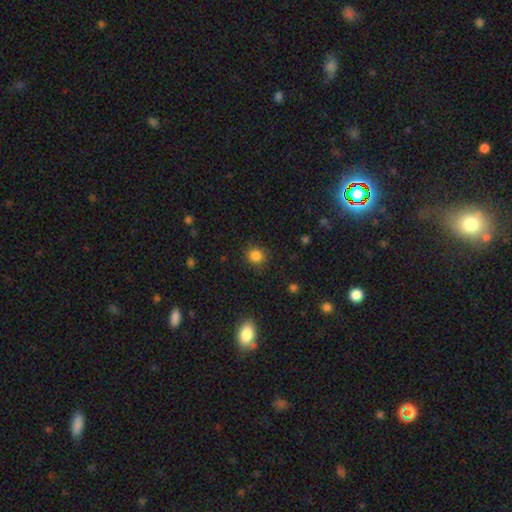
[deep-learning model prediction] A smooth galaxy with no disk features (84%) that is round (89%).

Vote fractions:
- Smooth or featured? smooth: 84% / star or artifact: 12% / featured or disk: 4%
- How rounded? round: 89% / in between: 10% / cigar-shaped: 1%
- Merging? none: 87% / minor disturbance: 9% / major disturbance: 3% / merger: 1%